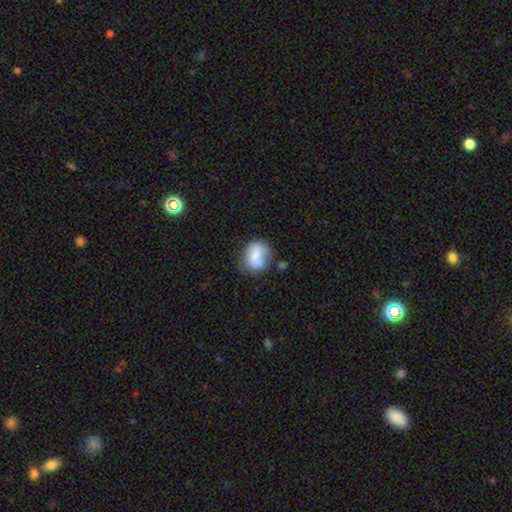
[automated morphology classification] A smooth galaxy with no disk features (70%) that is in between round and cigar-shaped (50%). Merging: none (45%).